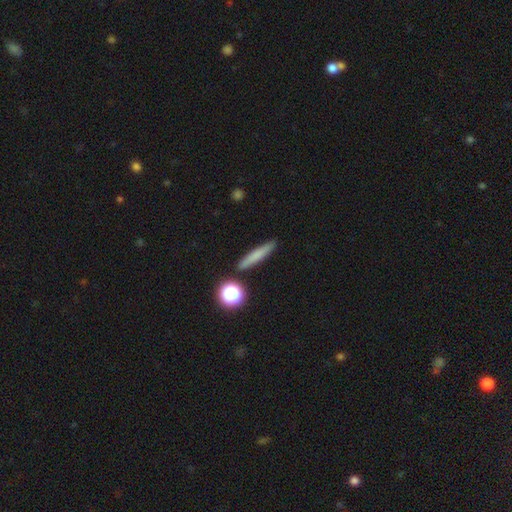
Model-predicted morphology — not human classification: Smooth or featured? smooth (70%)
How rounded? cigar-shaped (86%)
Merging? none (88%)